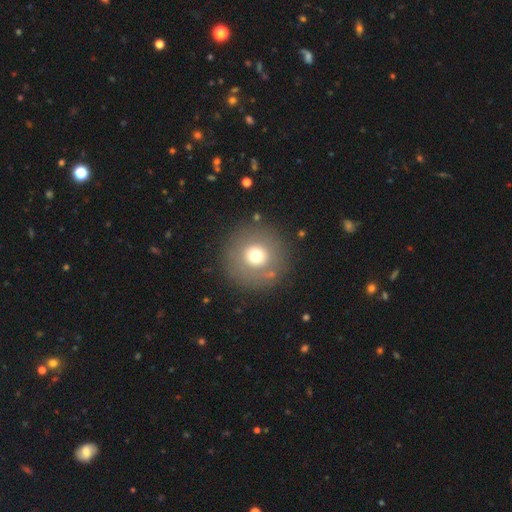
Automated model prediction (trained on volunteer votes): A smooth galaxy with no disk features (68%) that is round (96%). Merging: none (86%).